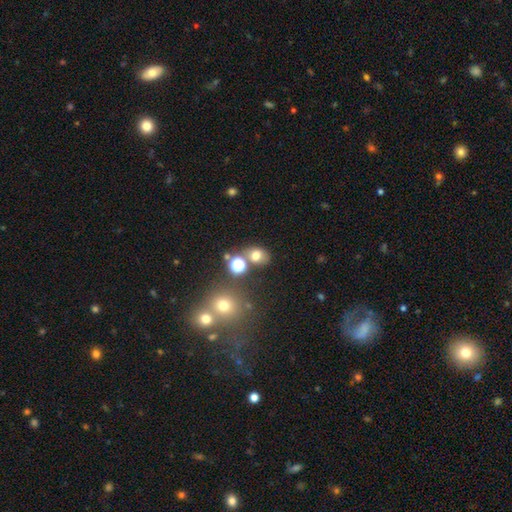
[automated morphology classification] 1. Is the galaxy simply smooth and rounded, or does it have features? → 71% smooth, 19% star or artifact, 10% featured or disk.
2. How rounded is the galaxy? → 51% round, 48% in between, 1% cigar-shaped.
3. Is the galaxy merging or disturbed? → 66% none, 17% merger, 12% minor disturbance, 5% major disturbance.